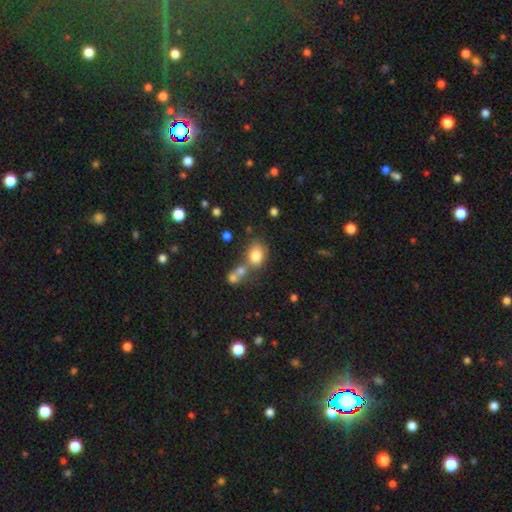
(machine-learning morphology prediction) Q: Smooth or featured?
A: smooth (78%); runner-up: featured or disk (11%)
Q: How rounded?
A: in between (57%); runner-up: round (42%)
Q: Merging?
A: none (42%); runner-up: merger (38%)